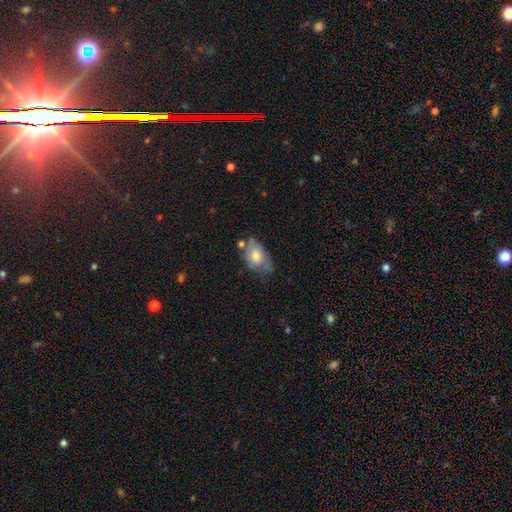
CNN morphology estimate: The model was most divided on "merging": none: 42%, minor disturbance: 33%, major disturbance: 15%, merger: 10%. More confident: how rounded — in between (85%); smooth or featured — smooth (64%).